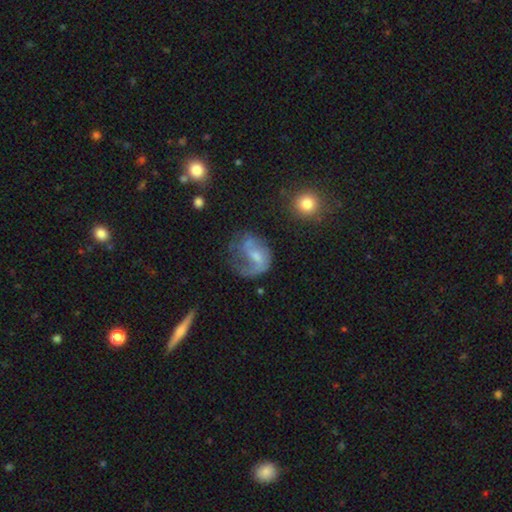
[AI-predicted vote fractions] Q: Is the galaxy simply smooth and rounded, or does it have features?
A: featured or disk — 60%.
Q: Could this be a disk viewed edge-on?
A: no — 97%.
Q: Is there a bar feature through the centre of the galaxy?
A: no — 47%.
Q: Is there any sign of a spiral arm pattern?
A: yes — 70%.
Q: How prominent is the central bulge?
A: small — 46%.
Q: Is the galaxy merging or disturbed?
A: major disturbance — 42%.